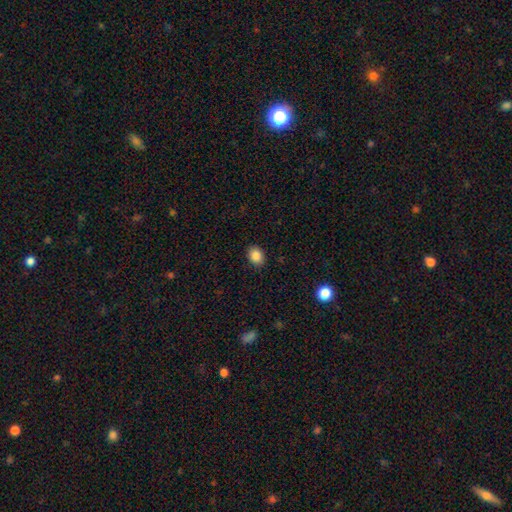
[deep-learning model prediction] smooth_or_featured: smooth (p=0.87) [alt: star or artifact p=0.09]
how_rounded: in between (p=0.63) [alt: round p=0.36]
merging: none (p=0.88) [alt: minor disturbance p=0.08]